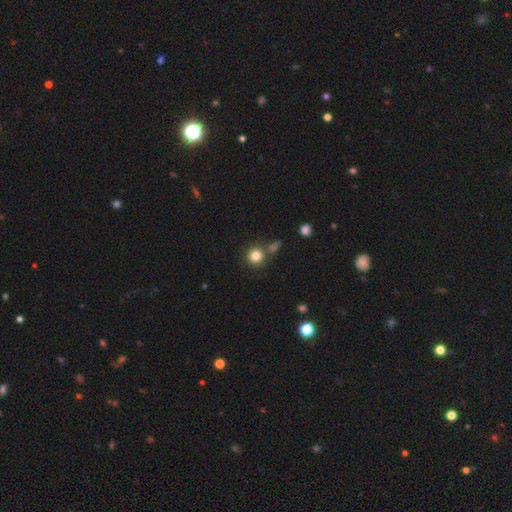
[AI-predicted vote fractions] A smooth galaxy with no disk features (83%) that is round (91%).

Vote fractions:
- Smooth or featured? smooth: 83% / star or artifact: 11% / featured or disk: 6%
- How rounded? round: 91% / in between: 8% / cigar-shaped: 1%
- Merging? none: 74% / merger: 14% / minor disturbance: 9% / major disturbance: 3%